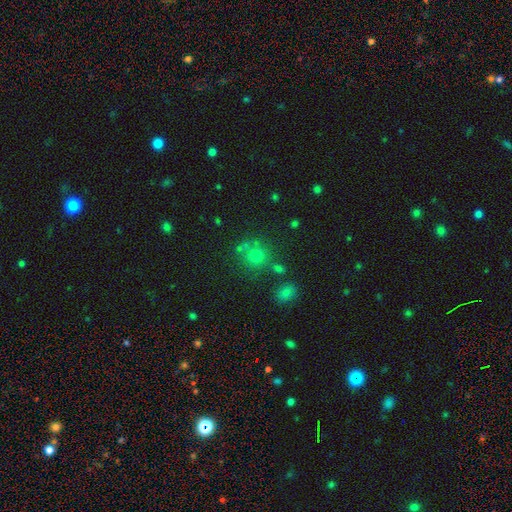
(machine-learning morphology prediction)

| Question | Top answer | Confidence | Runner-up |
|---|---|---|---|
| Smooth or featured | smooth | 66% | star or artifact (24%) |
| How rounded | round | 87% | in between (12%) |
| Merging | none | 67% | merger (15%) |